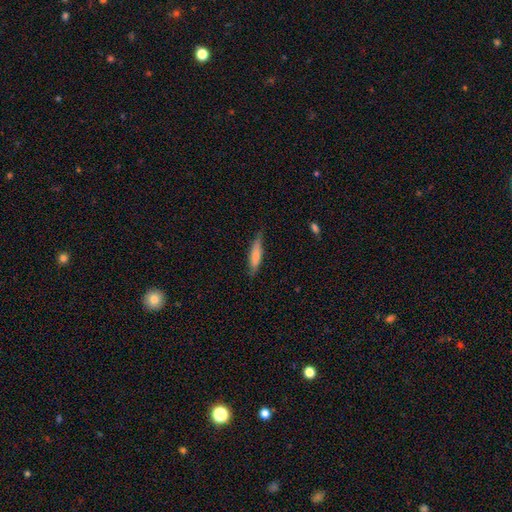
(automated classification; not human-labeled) smooth 70%, featured or disk 25%, star or artifact 6%. Down the decision tree: how rounded — cigar-shaped (78%); merging — none (74%).